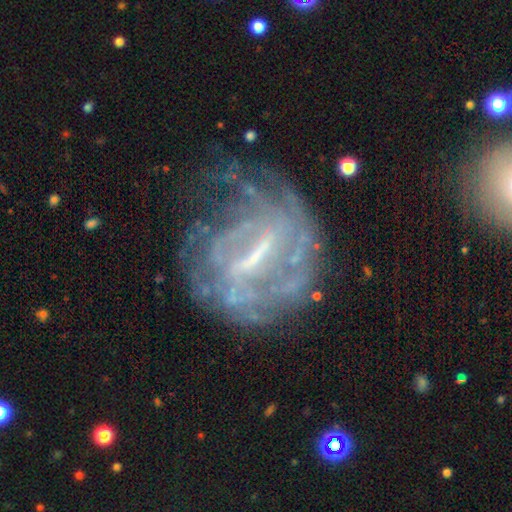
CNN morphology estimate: Smooth or featured? featured or disk (83%)
Edge-on disk? no (96%)
Bar? strong (56%)
Spiral arms? yes (77%)
Spiral winding? tight (58%)
Spiral arm count? can't tell (53%)
Bulge size? small (42%)
Merging? none (54%)